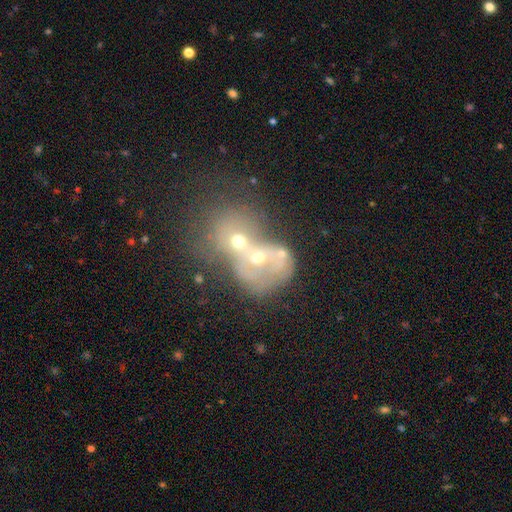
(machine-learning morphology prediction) A featured or disk galaxy (48%).

Vote fractions:
- Smooth or featured? featured or disk: 48% / smooth: 36% / star or artifact: 16%
- Merging? merger: 81% / none: 9% / major disturbance: 6% / minor disturbance: 4%